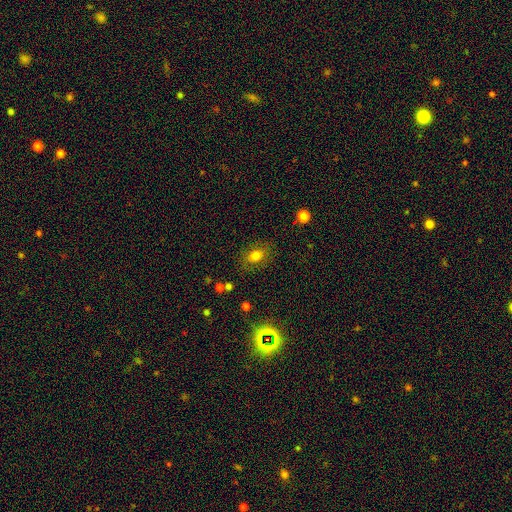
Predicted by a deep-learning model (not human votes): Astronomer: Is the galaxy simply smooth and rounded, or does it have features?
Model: smooth — 73%.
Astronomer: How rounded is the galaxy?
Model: in between — 73%.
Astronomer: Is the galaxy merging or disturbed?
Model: none — 79%.